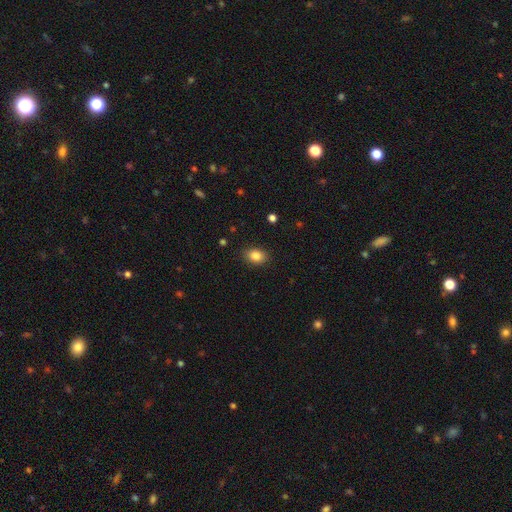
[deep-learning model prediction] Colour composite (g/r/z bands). It shows a smooth galaxy with no disk features (86%) that is in between round and cigar-shaped (72%). Merging: none (85%).